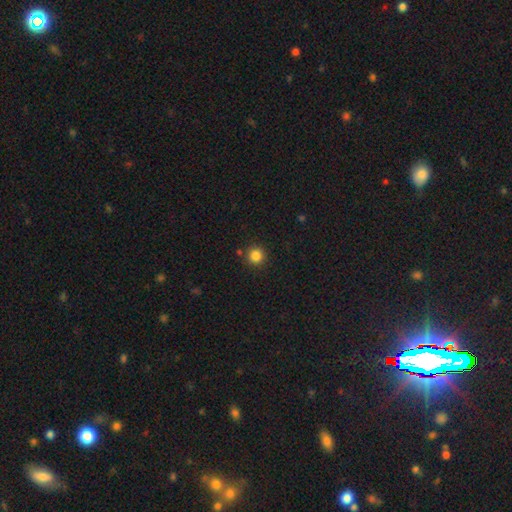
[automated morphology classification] The model was most divided on "smooth or featured": smooth: 85%, star or artifact: 12%, featured or disk: 4%. More confident: how rounded — round (95%); merging — none (87%).